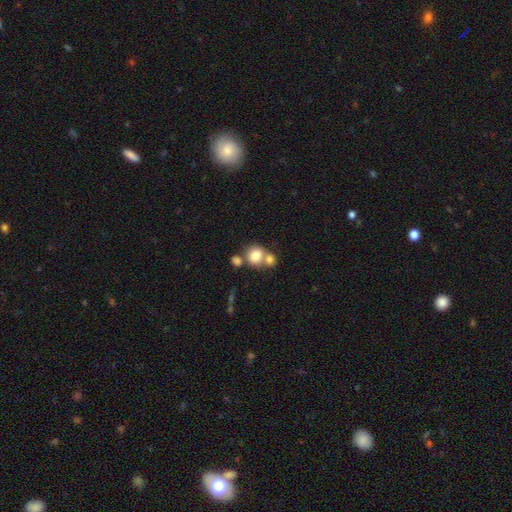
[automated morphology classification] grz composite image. It shows a smooth galaxy with no disk features (78%) that is round (72%). Merging: merger (46%).